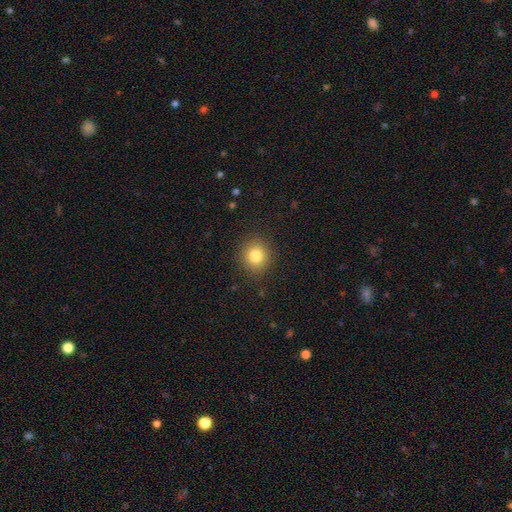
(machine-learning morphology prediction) Q: Smooth or featured?
A: smooth (82%); runner-up: star or artifact (11%)
Q: How rounded?
A: round (86%); runner-up: in between (13%)
Q: Merging?
A: none (89%); runner-up: minor disturbance (8%)